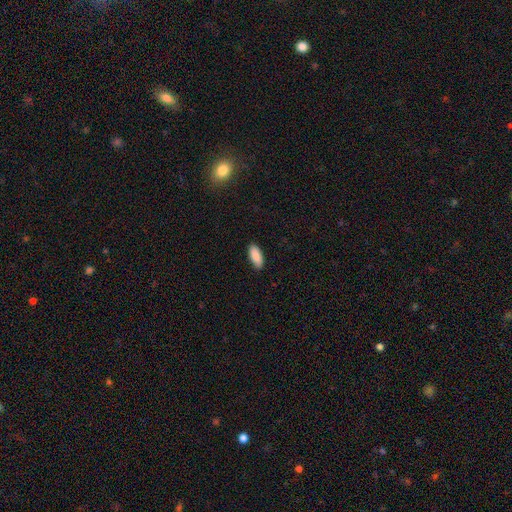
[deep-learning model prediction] Smooth or featured?
  - smooth: 90% *
  - star or artifact: 6%
  - featured or disk: 4%
How rounded?
  - in between: 84% *
  - cigar-shaped: 15%
  - round: 2%
Merging?
  - none: 88% *
  - minor disturbance: 9%
  - major disturbance: 2%
  - merger: 1%